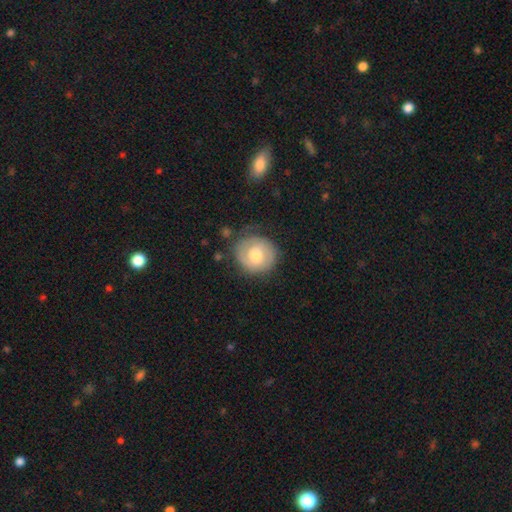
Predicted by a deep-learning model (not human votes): Smooth or featured? smooth (52%)
How rounded? round (87%)
Merging? none (70%)